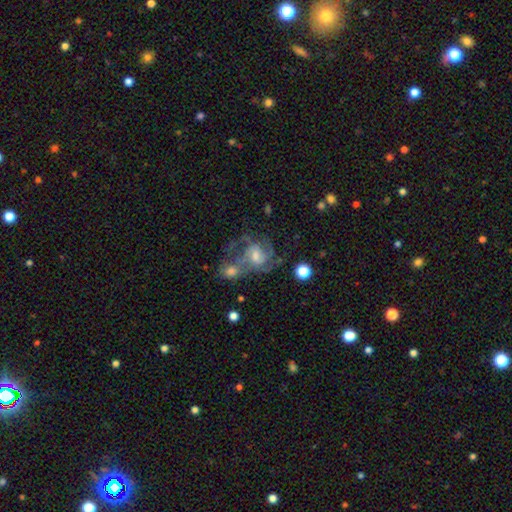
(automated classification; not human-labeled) A featured or disk galaxy (78%) with a weak bar (47%), 2 (30%) medium (48%) spiral arms (89%) and a moderate central bulge (44%). Merging: merger (40%).